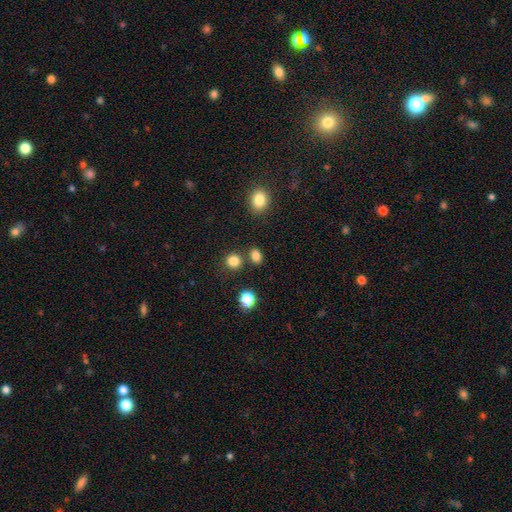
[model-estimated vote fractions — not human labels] Smooth or featured? smooth (82%)
How rounded? in between (56%)
Merging? none (77%)